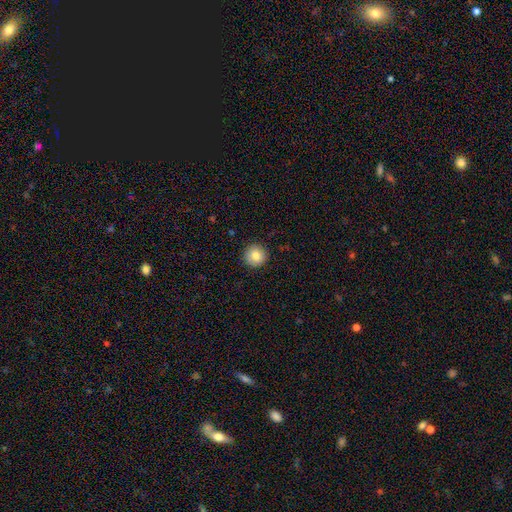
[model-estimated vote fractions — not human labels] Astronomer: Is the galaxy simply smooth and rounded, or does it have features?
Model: smooth — 82%.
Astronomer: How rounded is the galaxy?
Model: round — 95%.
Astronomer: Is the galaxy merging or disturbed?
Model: none — 92%.